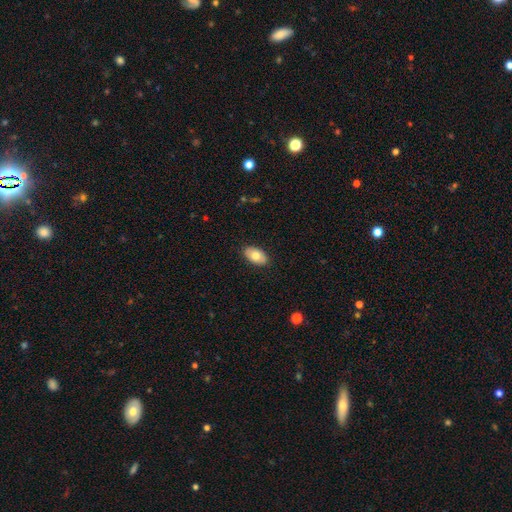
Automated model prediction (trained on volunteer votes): smooth_or_featured: smooth (p=0.75) [alt: featured or disk p=0.19]
how_rounded: in between (p=0.94) [alt: round p=0.05]
merging: none (p=0.88) [alt: minor disturbance p=0.09]